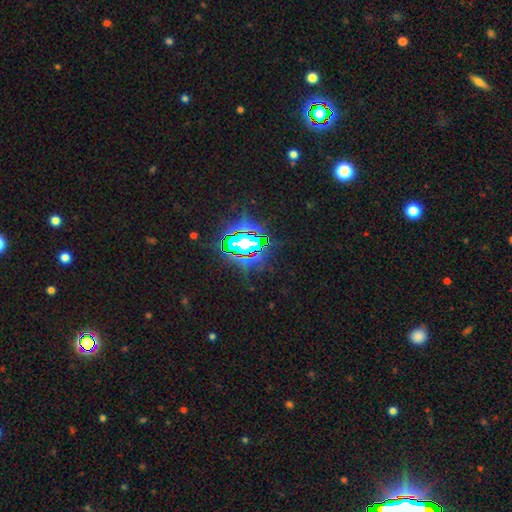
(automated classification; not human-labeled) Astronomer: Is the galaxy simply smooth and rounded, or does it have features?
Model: star or artifact — 83%.